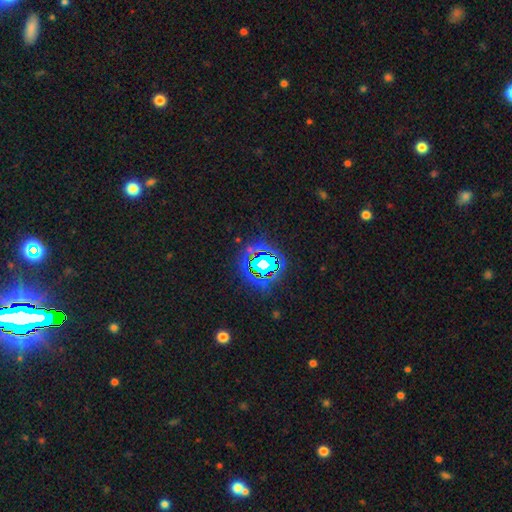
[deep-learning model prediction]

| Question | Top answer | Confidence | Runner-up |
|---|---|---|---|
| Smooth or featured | star or artifact | 82% | smooth (10%) |